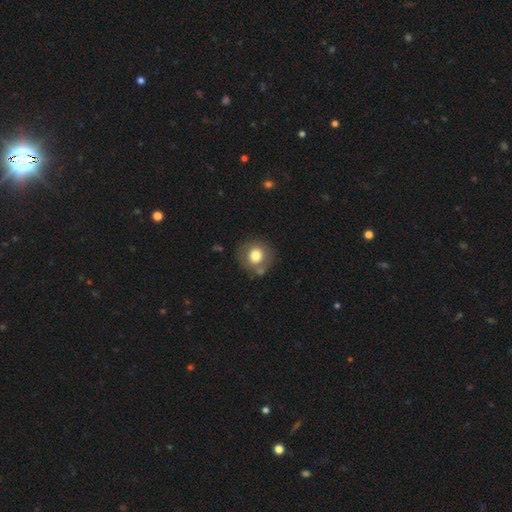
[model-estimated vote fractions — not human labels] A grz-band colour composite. It shows a smooth galaxy with no disk features (74%) that is round (88%). Merging: none (74%).